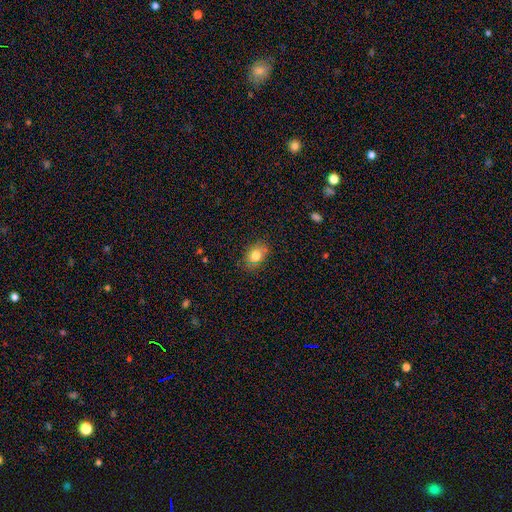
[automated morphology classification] Smooth or featured? smooth (80%)
How rounded? in between (71%)
Merging? none (75%)